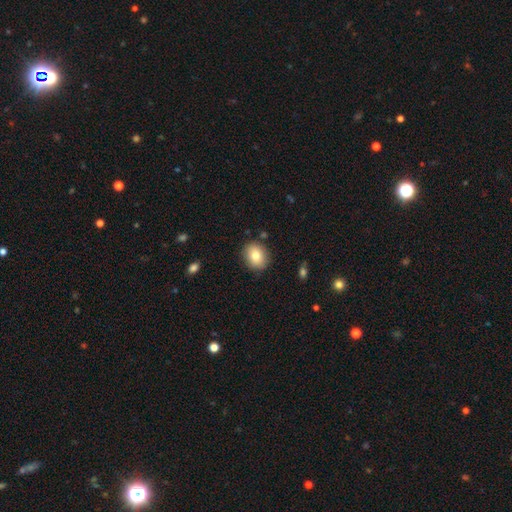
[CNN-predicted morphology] This appears to be a smooth galaxy with no disk features (81%) that is round (58%). Merging: none (86%).